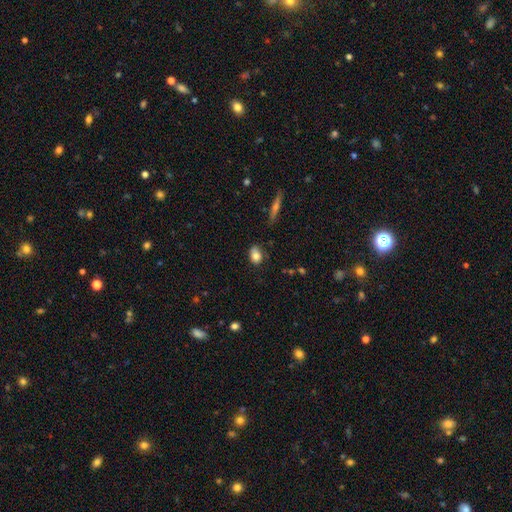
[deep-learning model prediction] Smooth or featured?
  - smooth: 83% *
  - featured or disk: 9%
  - star or artifact: 8%
How rounded?
  - in between: 79% *
  - round: 18%
  - cigar-shaped: 2%
Merging?
  - none: 76% *
  - minor disturbance: 19%
  - major disturbance: 4%
  - merger: 2%